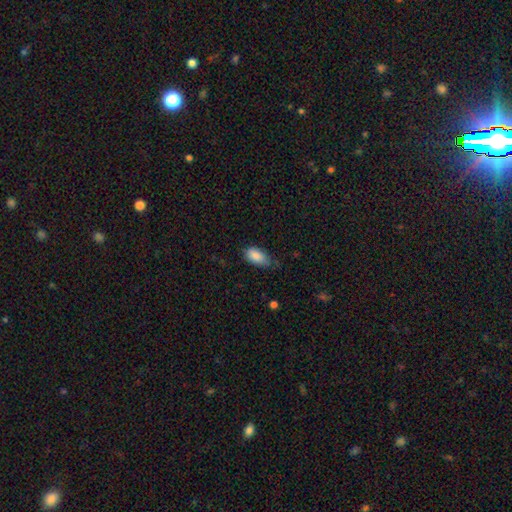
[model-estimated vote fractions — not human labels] Smooth or featured? smooth (86%)
How rounded? in between (93%)
Merging? none (59%)